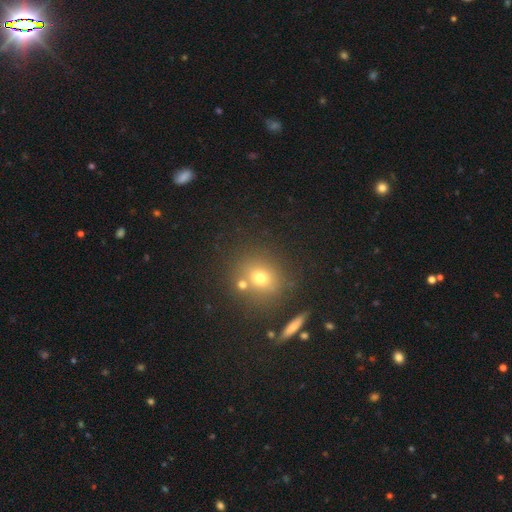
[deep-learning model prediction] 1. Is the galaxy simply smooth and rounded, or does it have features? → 55% smooth, 31% star or artifact, 13% featured or disk.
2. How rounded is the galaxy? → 83% round, 16% in between, 2% cigar-shaped.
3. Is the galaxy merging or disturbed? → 71% none, 16% merger, 9% minor disturbance, 4% major disturbance.